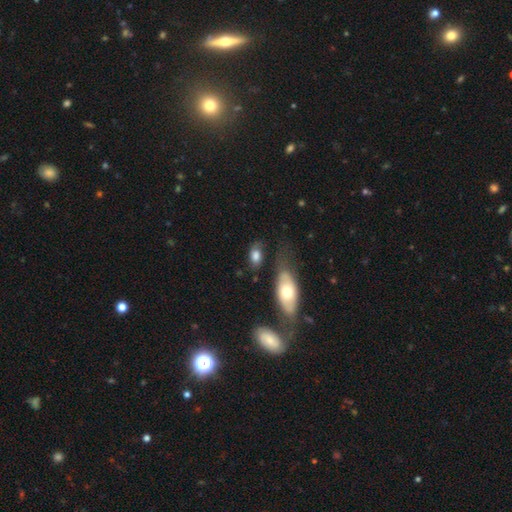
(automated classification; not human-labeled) smooth-or-featured: smooth: 70% | featured or disk: 22% | star or artifact: 8%
  how-rounded: in between: 84% | round: 12% | cigar-shaped: 4%
  merging: none: 52% | minor disturbance: 22% | major disturbance: 14% | merger: 12%